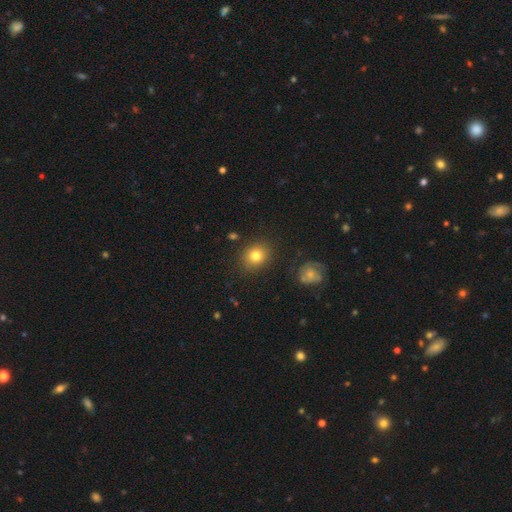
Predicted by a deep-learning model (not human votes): A smooth galaxy with no disk features (80%) that is round (70%).

Vote fractions:
- Smooth or featured? smooth: 80% / star or artifact: 10% / featured or disk: 9%
- How rounded? round: 70% / in between: 29% / cigar-shaped: 1%
- Merging? none: 84% / minor disturbance: 10% / major disturbance: 3% / merger: 2%